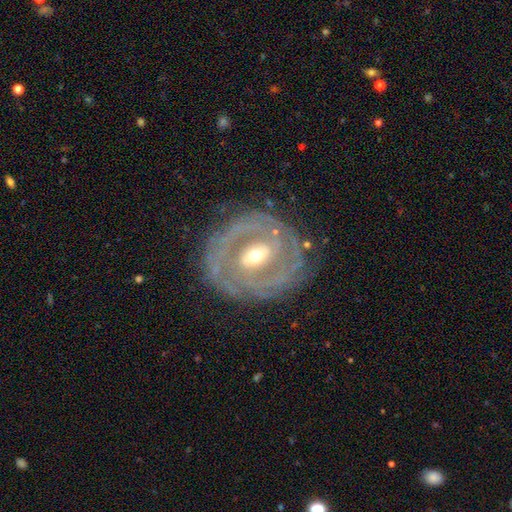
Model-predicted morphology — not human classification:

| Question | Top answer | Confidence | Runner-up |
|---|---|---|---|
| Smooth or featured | featured or disk | 85% | smooth (9%) |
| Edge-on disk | no | 96% | yes (4%) |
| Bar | weak | 42% | strong (29%) |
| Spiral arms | yes | 87% | no (13%) |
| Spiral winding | tight | 69% | medium (24%) |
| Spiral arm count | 2 | 43% | can't tell (28%) |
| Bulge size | moderate | 53% | small (41%) |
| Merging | none | 78% | minor disturbance (14%) |